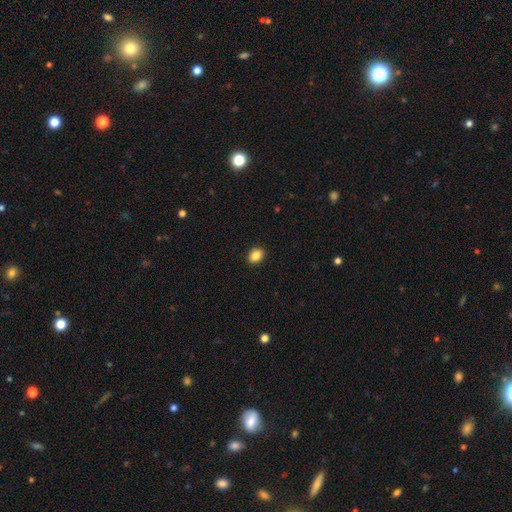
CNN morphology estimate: type=smooth (86%); roundness=in between (64%); merging=none (90%).